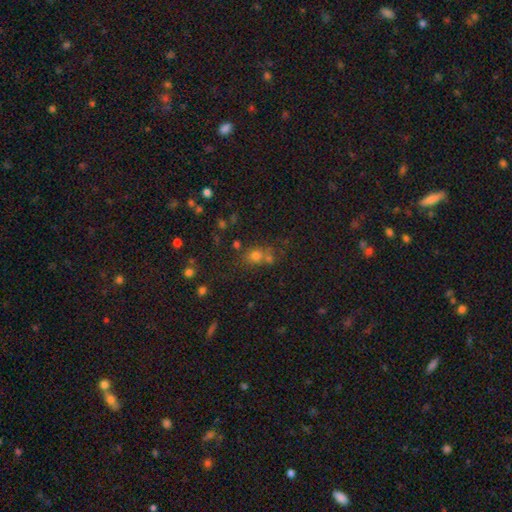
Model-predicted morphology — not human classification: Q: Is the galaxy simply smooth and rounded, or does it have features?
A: smooth — 66%.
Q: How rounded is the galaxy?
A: round — 63%.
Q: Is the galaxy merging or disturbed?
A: none — 52%.